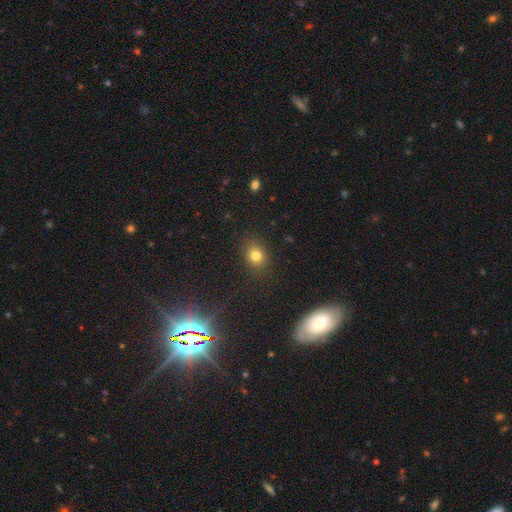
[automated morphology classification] Overall: smooth (78%). How rounded: round (56%; in between 43%). Merging: none (86%).